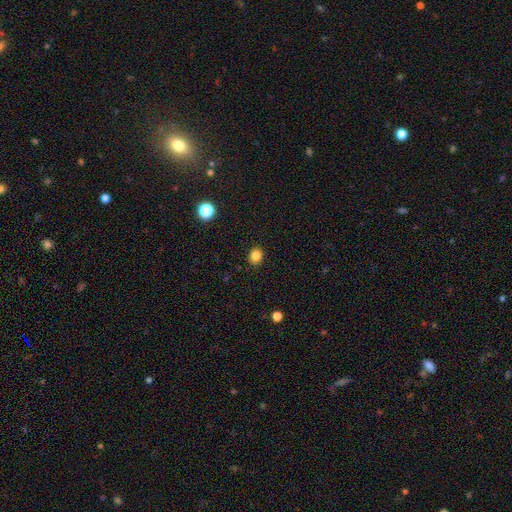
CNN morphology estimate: type=smooth (84%); roundness=round (72%); merging=none (90%).